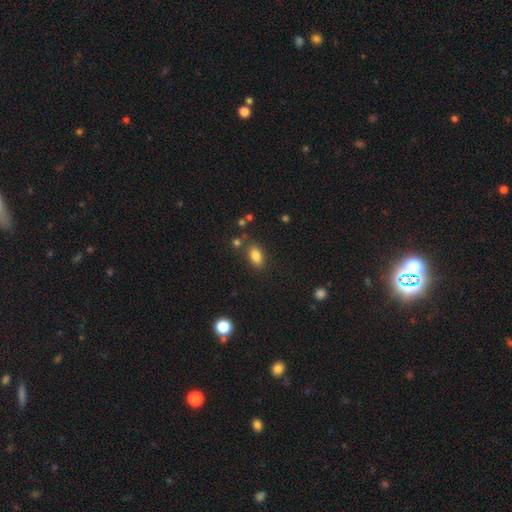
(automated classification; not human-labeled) Morphology: type=smooth (84%); roundness=in between (88%); merging=none (79%).